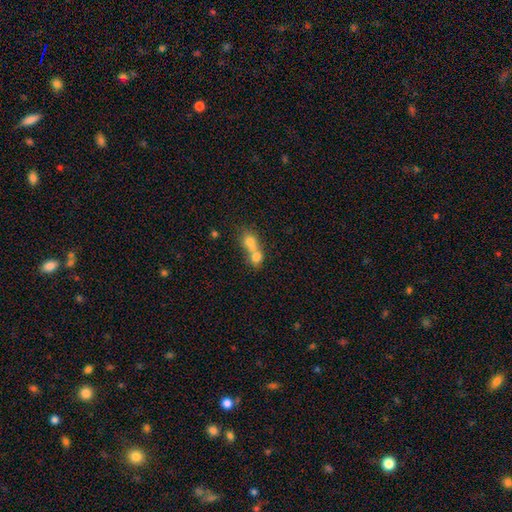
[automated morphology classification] Q: Smooth or featured?
A: smooth (70%); runner-up: featured or disk (19%)
Q: How rounded?
A: round (64%); runner-up: in between (33%)
Q: Merging?
A: merger (72%); runner-up: none (20%)